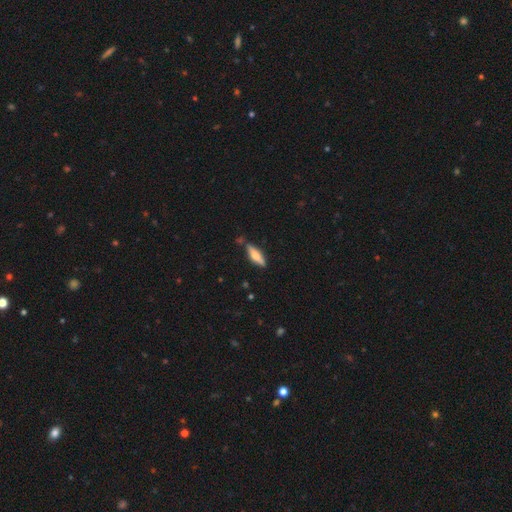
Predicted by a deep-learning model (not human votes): Smooth or featured?
  - smooth: 57% *
  - featured or disk: 37%
  - star or artifact: 6%
How rounded?
  - cigar-shaped: 60% *
  - in between: 38%
  - round: 2%
Merging?
  - none: 74% *
  - minor disturbance: 17%
  - merger: 5%
  - major disturbance: 4%